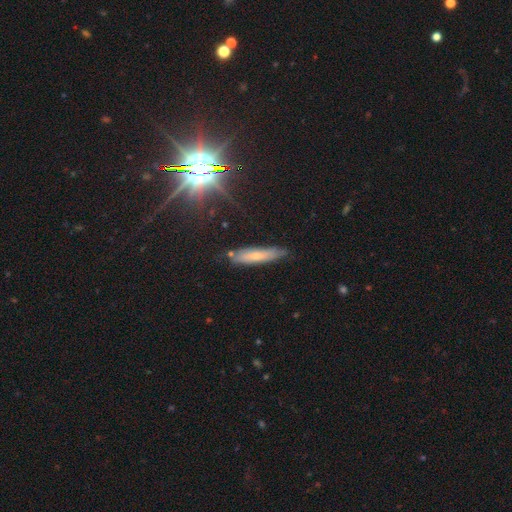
Smooth or featured? 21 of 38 (55%) said smooth. How rounded? 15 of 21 (71%) said cigar-shaped. Merging? 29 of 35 (83%) said none.